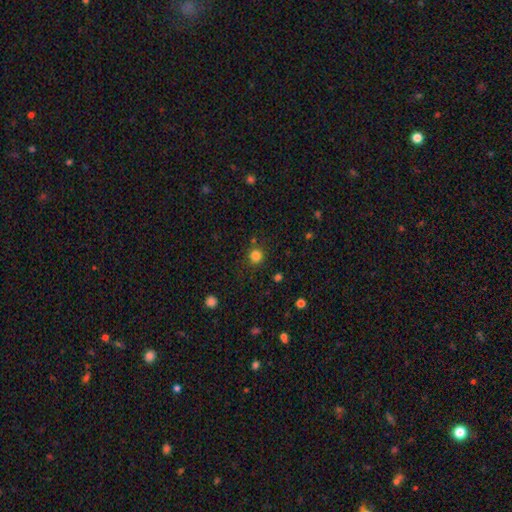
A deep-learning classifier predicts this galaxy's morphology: smooth-or-featured: smooth: 82% | star or artifact: 14% | featured or disk: 4%
  how-rounded: round: 91% | in between: 9% | cigar-shaped: 1%
  merging: none: 82% | minor disturbance: 10% | merger: 4% | major disturbance: 4%